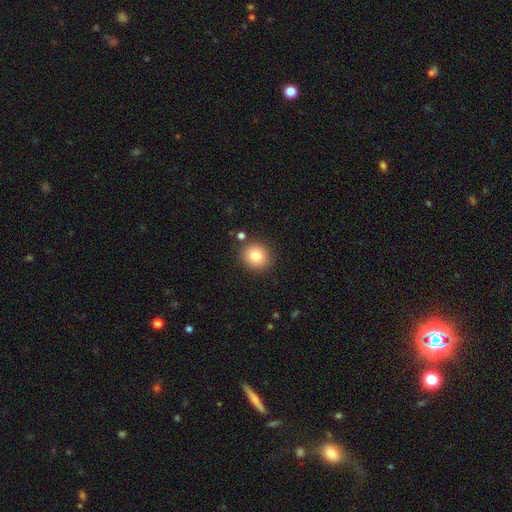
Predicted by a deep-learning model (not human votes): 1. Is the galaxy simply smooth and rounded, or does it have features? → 81% smooth, 10% star or artifact, 9% featured or disk.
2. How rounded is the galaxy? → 87% round, 12% in between, 1% cigar-shaped.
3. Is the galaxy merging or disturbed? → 86% none, 8% minor disturbance, 4% merger, 2% major disturbance.